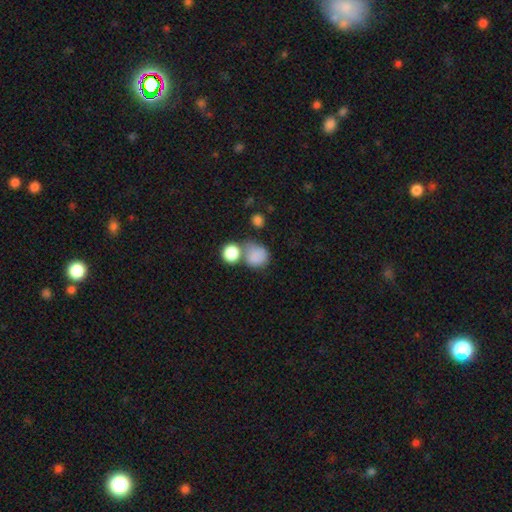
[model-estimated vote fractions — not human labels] This appears to be a smooth galaxy with no disk features (83%) that is round (75%). Merging: none (44%).